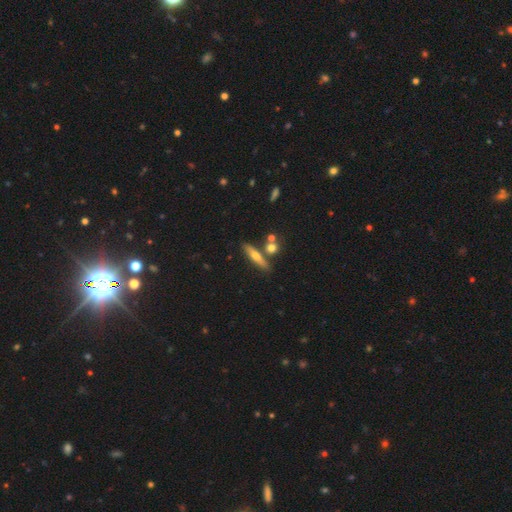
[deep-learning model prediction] smooth_or_featured: smooth (p=0.54) [alt: featured or disk p=0.38]
how_rounded: cigar-shaped (p=0.77) [alt: in between p=0.19]
merging: none (p=0.74) [alt: merger p=0.12]